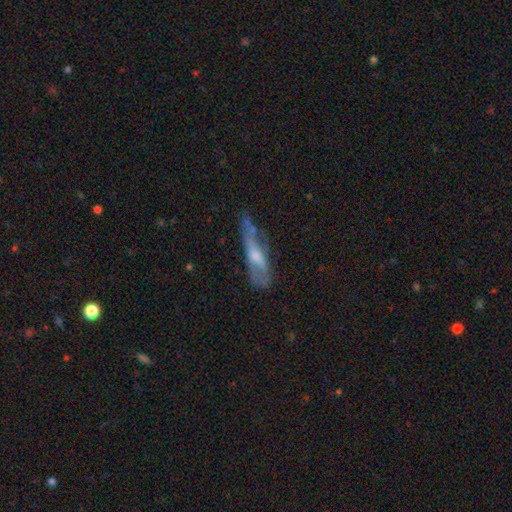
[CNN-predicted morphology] Smooth or featured: featured or disk — 51% (smooth — 41%)
Edge-on disk: no — 56% (yes — 44%)
Merging: none — 41% (minor disturbance — 32%)